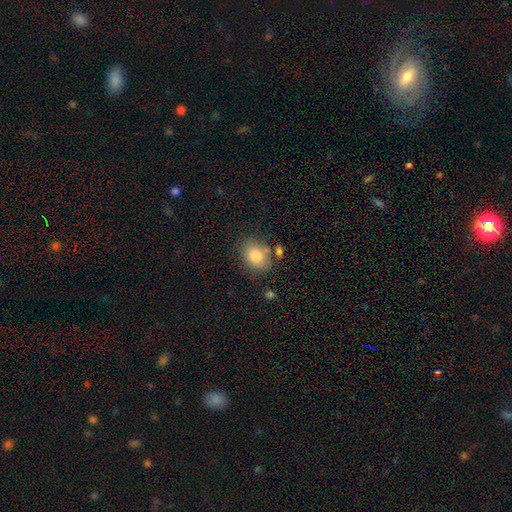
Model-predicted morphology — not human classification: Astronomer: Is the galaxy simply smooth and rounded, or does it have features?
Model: smooth — 82%.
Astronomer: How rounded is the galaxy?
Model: in between — 58% (runner-up: round, 41%).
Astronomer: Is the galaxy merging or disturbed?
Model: none — 69%.